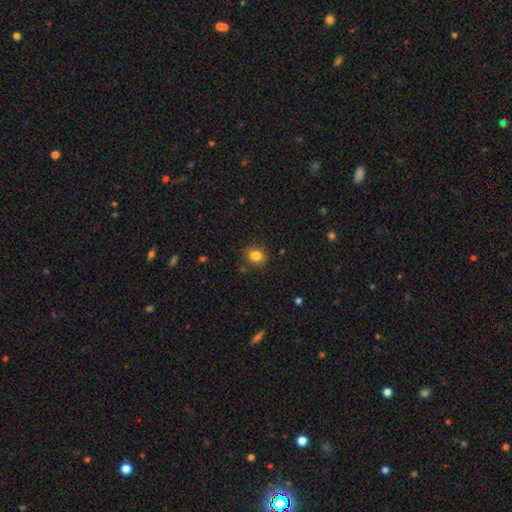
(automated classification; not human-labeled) smooth_or_featured: smooth (p=0.83) [alt: star or artifact p=0.11]
how_rounded: round (p=0.61) [alt: in between p=0.38]
merging: none (p=0.87) [alt: minor disturbance p=0.09]